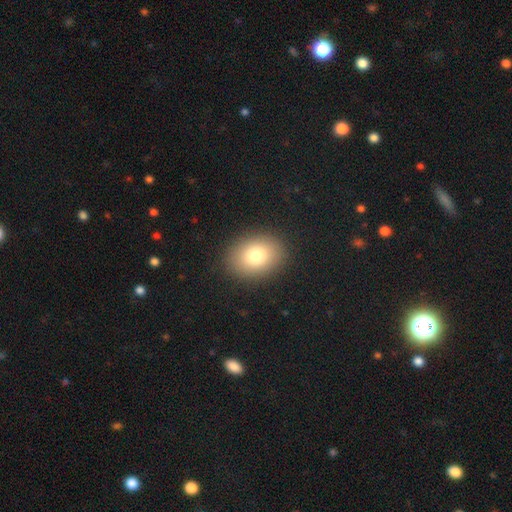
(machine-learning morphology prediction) smooth-or-featured: smooth: 80% | featured or disk: 10% | star or artifact: 10%
  how-rounded: in between: 65% | round: 34% | cigar-shaped: 1%
  merging: none: 90% | minor disturbance: 7% | major disturbance: 2% | merger: 1%